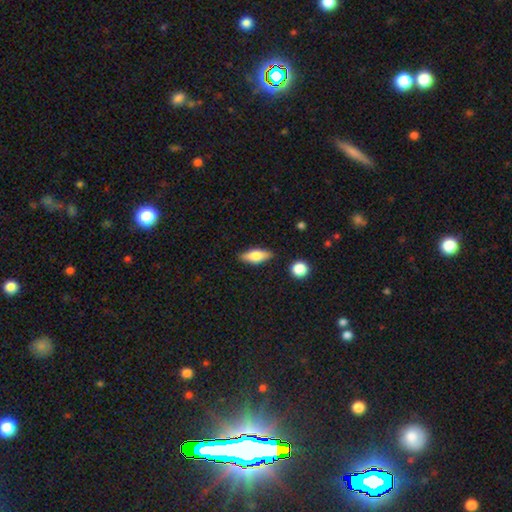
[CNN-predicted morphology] Smooth or featured? Predicted: smooth (p=0.70). How rounded? Predicted: in between (p=0.72). Merging? Predicted: none (p=0.85).